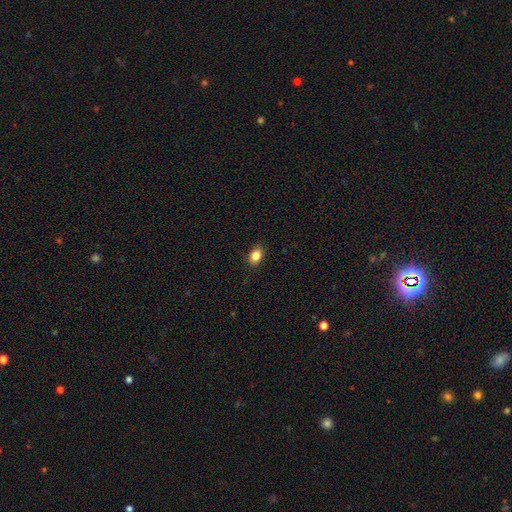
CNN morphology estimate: The model was most divided on "how rounded": in between: 74%, round: 25%, cigar-shaped: 1%. More confident: merging — none (87%); smooth or featured — smooth (85%).